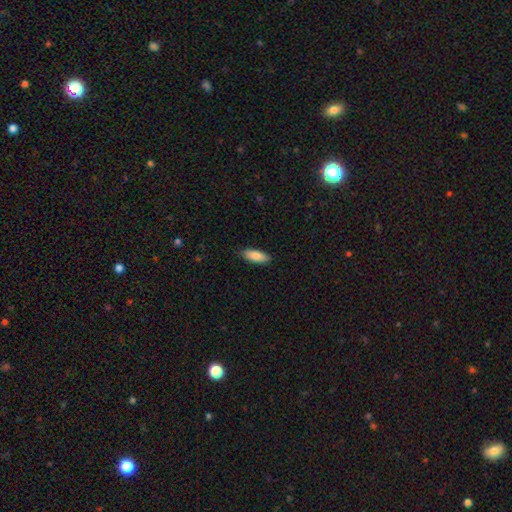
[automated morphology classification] smooth 87%, featured or disk 7%, star or artifact 6%. Down the decision tree: how rounded — in between (70%); merging — none (87%).